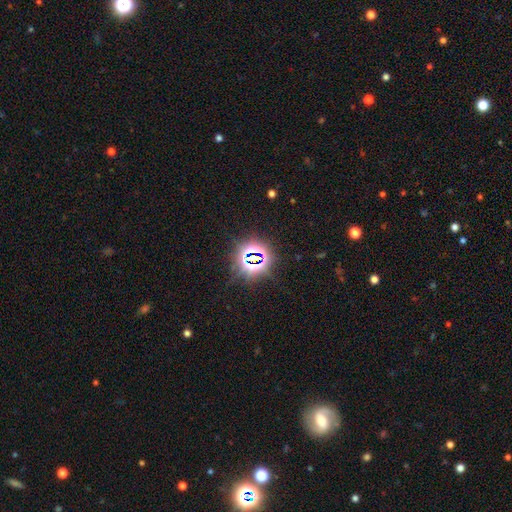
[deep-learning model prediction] star or artifact 78%, smooth 14%, featured or disk 8%.